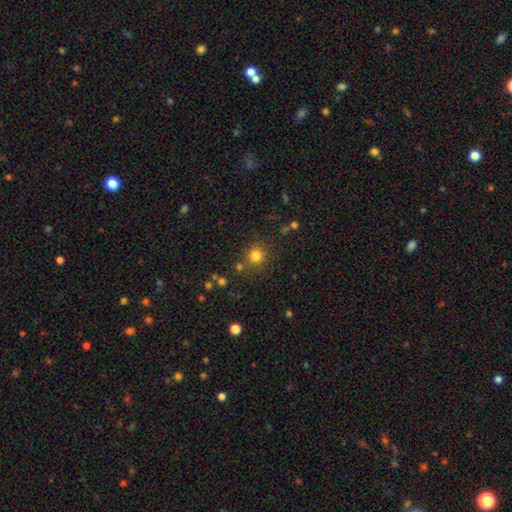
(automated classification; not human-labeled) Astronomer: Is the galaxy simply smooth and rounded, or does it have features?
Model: smooth — 80%.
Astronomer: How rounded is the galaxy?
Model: round — 91%.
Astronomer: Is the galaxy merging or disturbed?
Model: none — 82%.